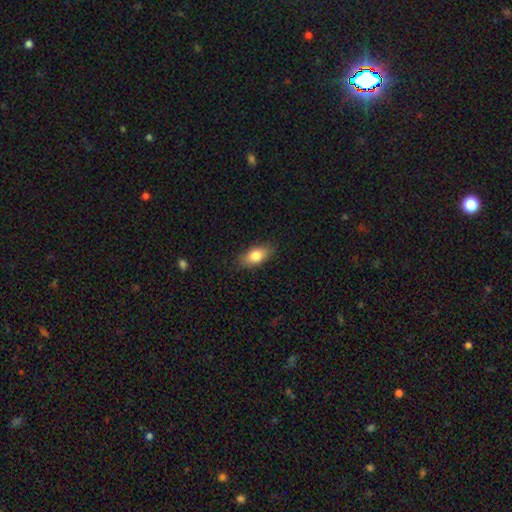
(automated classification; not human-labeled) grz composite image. It shows a smooth galaxy with no disk features (81%) that is in between round and cigar-shaped (86%). Merging: none (85%).